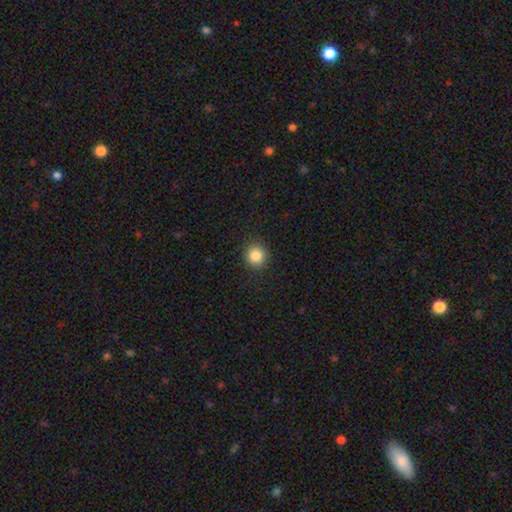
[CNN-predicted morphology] This is clearly a smooth galaxy (85%). How rounded: clearly round (91%). Merging: clearly none (91%).